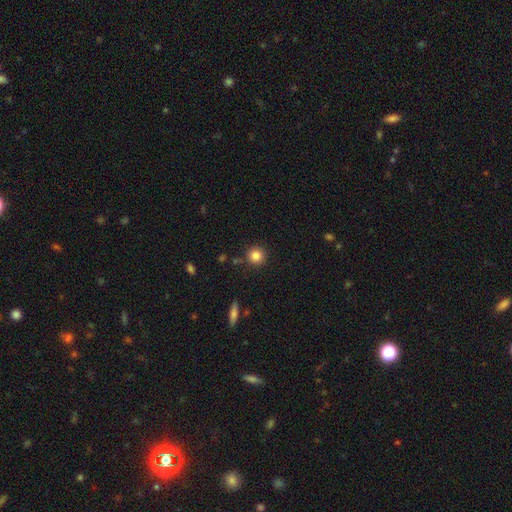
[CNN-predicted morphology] type=smooth (84%); roundness=round (94%); merging=none (87%).